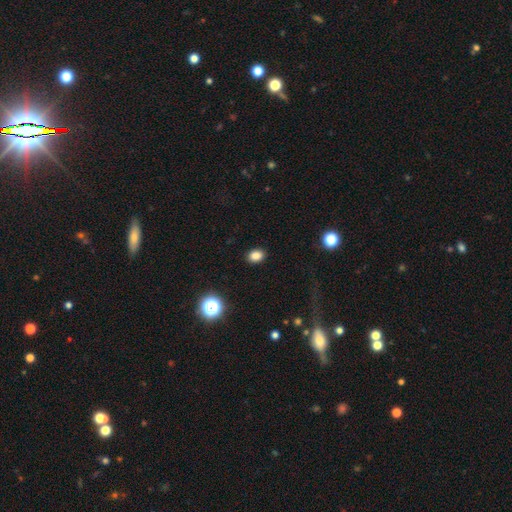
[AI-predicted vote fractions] Smooth or featured? smooth (84%)
How rounded? in between (60%)
Merging? none (90%)